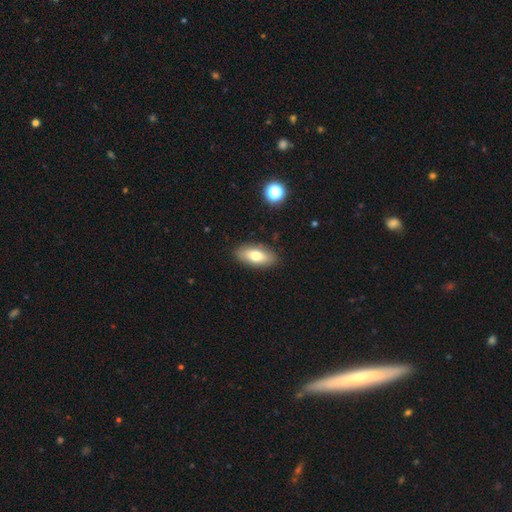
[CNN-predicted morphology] Q: Smooth or featured?
A: smooth (72%); runner-up: featured or disk (20%)
Q: How rounded?
A: in between (86%); runner-up: cigar-shaped (10%)
Q: Merging?
A: none (88%); runner-up: minor disturbance (9%)